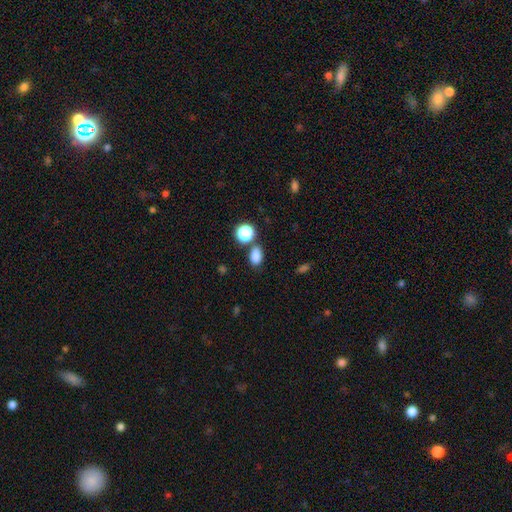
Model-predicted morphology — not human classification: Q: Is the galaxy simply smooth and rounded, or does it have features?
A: smooth — 82%.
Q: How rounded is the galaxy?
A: in between — 76%.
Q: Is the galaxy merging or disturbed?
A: none — 74%.